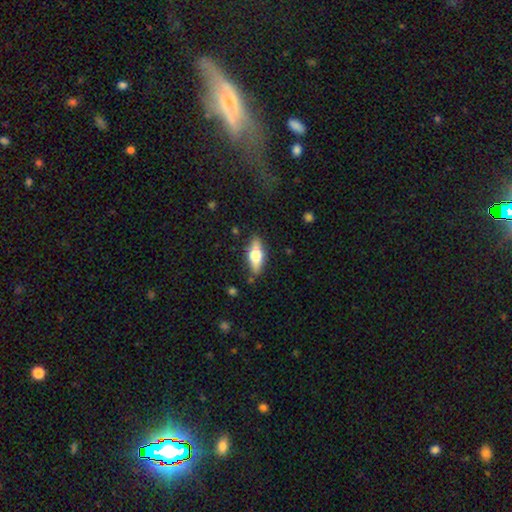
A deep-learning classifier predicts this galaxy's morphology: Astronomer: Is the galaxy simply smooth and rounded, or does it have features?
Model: smooth — 54% (runner-up: featured or disk, 40%).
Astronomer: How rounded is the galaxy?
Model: in between — 64%.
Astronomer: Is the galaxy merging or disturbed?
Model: none — 84%.